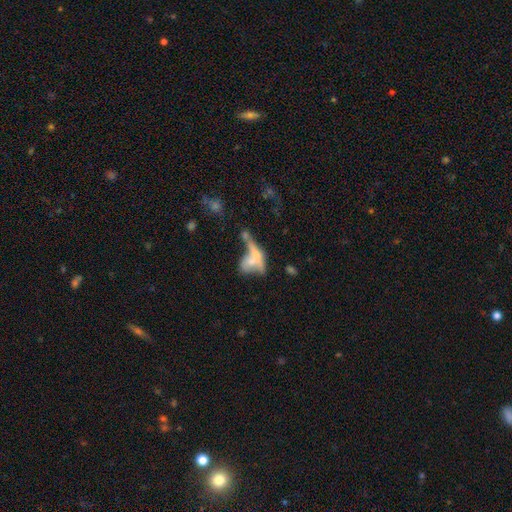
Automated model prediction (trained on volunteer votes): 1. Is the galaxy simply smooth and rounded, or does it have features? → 46% smooth, 43% featured or disk, 11% star or artifact.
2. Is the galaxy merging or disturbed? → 51% merger, 24% none, 13% major disturbance, 11% minor disturbance.